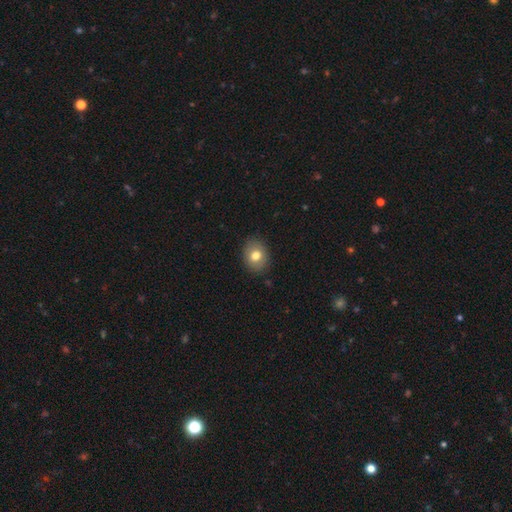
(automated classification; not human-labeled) smooth_or_featured: smooth (p=0.78) [alt: featured or disk p=0.13]
how_rounded: in between (p=0.51) [alt: round p=0.48]
merging: none (p=0.87) [alt: minor disturbance p=0.10]